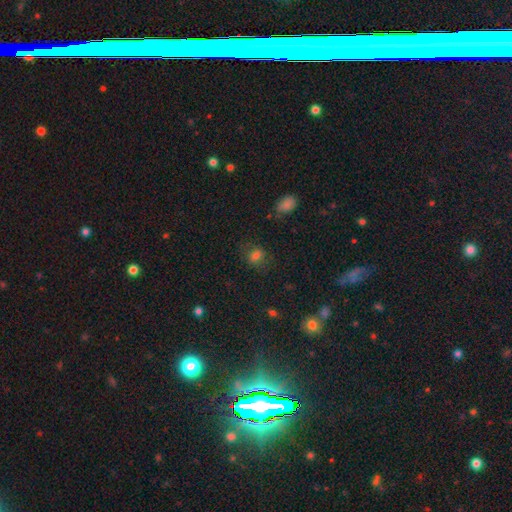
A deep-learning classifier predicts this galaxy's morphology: This is likely a smooth galaxy (73%). How rounded: possibly round (59%). Merging: likely none (72%).